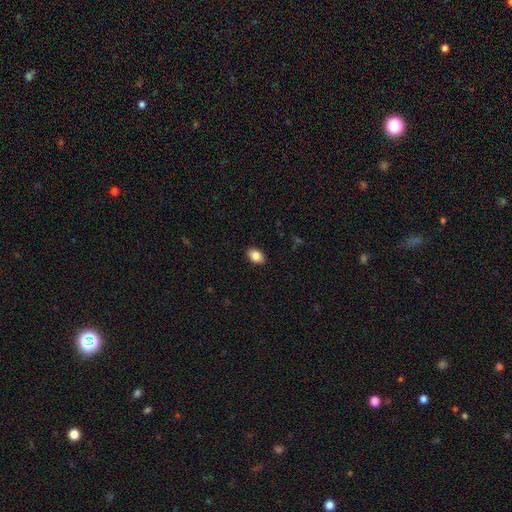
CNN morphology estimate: This appears to be a smooth galaxy with no disk features (86%) that is in between round and cigar-shaped (80%). Merging: none (90%).